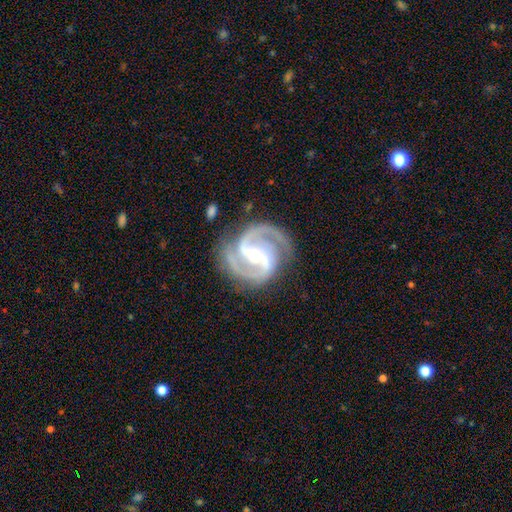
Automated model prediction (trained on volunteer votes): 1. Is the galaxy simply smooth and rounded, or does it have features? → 94% featured or disk, 4% star or artifact, 2% smooth.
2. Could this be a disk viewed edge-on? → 98% no, 2% yes.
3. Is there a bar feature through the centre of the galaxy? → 47% strong, 36% weak, 17% no.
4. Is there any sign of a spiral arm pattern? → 99% yes, 1% no.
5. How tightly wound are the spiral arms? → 55% medium, 39% tight, 6% loose.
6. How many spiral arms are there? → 74% 2, 18% 3, 2% can't tell, 2% 4, 2% 1, 2% more than 4.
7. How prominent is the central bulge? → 57% moderate, 40% small, 2% large, 1% none, 1% dominant.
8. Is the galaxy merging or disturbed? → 81% none, 14% minor disturbance, 4% major disturbance, 1% merger.